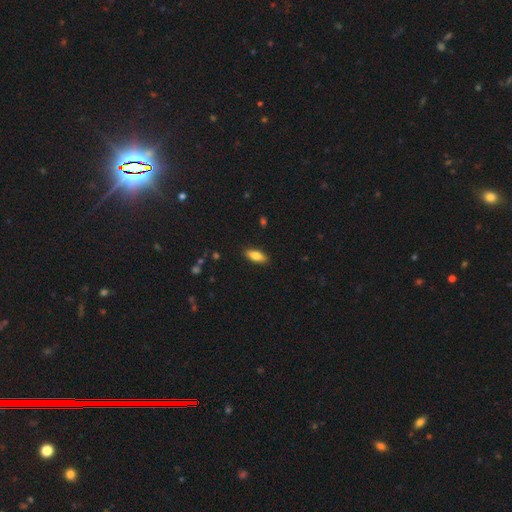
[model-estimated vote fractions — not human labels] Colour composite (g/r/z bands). It shows a smooth galaxy with no disk features (77%) that is in between round and cigar-shaped (75%). Merging: none (88%).